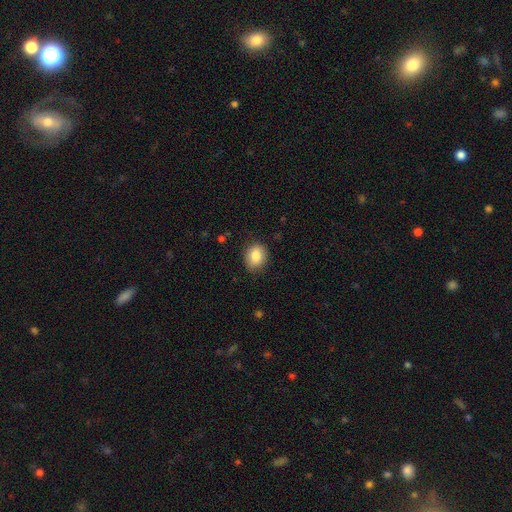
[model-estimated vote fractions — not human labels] Smooth or featured?
  - smooth: 84% *
  - star or artifact: 8%
  - featured or disk: 8%
How rounded?
  - round: 52% *
  - in between: 47%
  - cigar-shaped: 1%
Merging?
  - none: 85% *
  - minor disturbance: 11%
  - major disturbance: 3%
  - merger: 1%